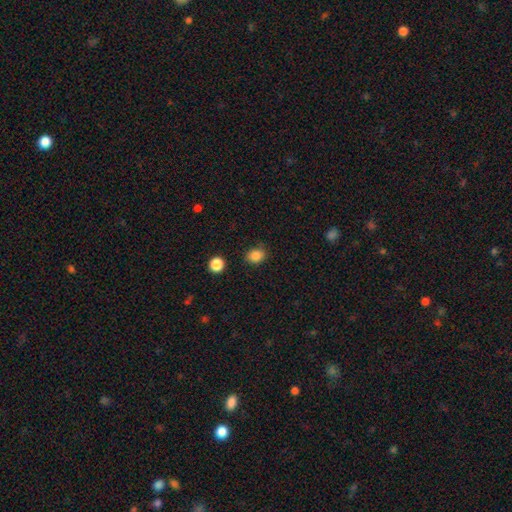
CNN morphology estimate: The model was most divided on "how rounded": round: 57%, in between: 42%, cigar-shaped: 1%. More confident: smooth or featured — smooth (85%); merging — none (83%).